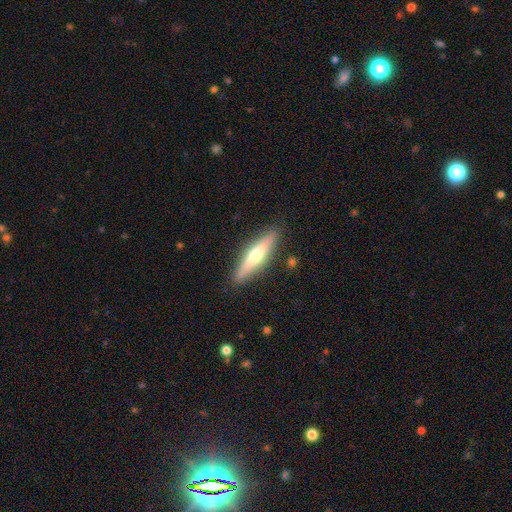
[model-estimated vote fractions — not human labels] featured or disk 48%, smooth 46%, star or artifact 6%. Down the decision tree: merging — none (88%).